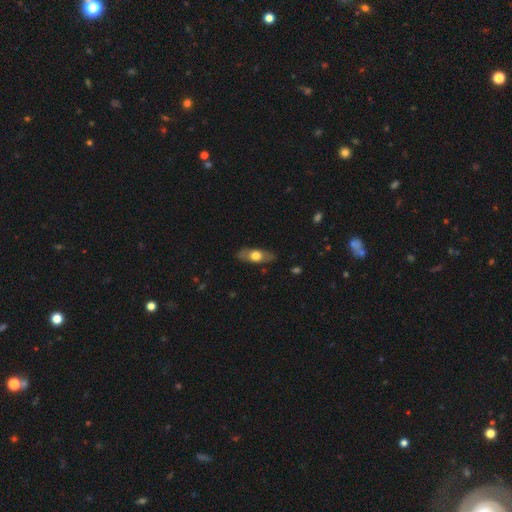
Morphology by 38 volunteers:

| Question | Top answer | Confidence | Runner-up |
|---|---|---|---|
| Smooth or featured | featured or disk | 53% | smooth (47%) |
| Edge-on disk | yes | 55% | no (45%) |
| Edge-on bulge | rounded | 100% | — |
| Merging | none | 68% | minor disturbance (26%) |